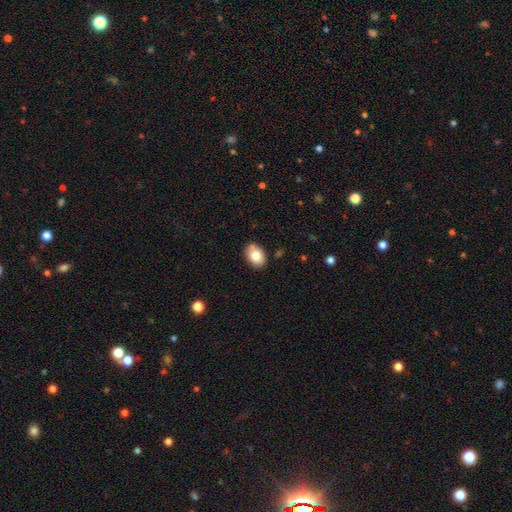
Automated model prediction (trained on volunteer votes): A smooth galaxy with no disk features (81%) that is in between round and cigar-shaped (79%). Merging: none (77%).